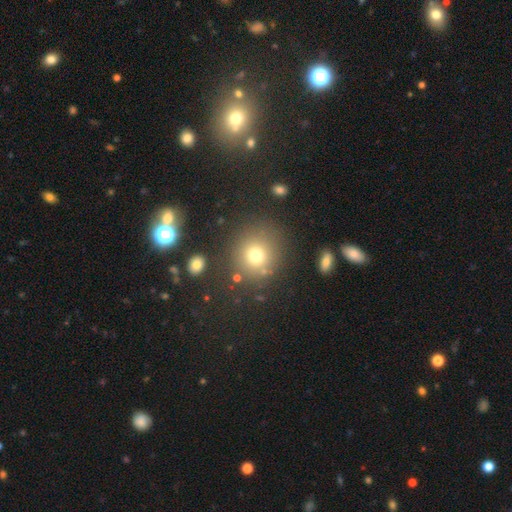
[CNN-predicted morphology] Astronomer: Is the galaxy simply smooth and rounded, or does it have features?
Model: smooth — 73%.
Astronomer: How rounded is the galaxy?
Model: round — 86%.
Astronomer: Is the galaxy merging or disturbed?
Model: none — 80%.